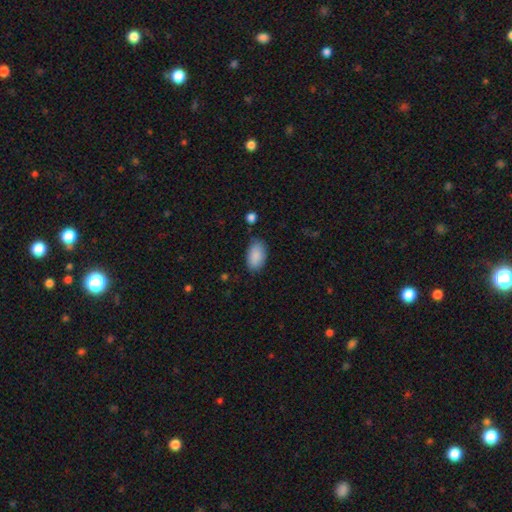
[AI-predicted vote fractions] Overall: smooth (89%). How rounded: in between (94%). Merging: none (74%).